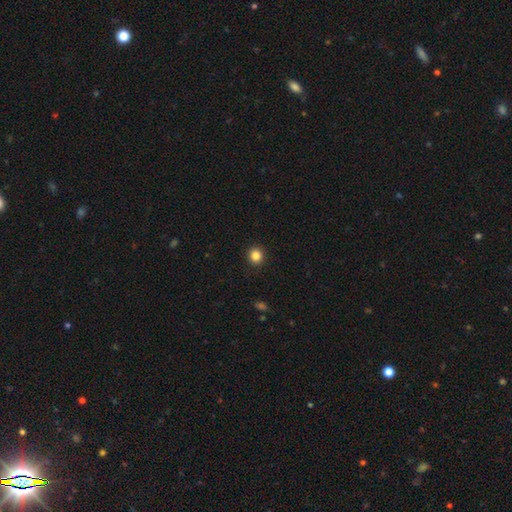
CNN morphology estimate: smooth 85%, star or artifact 11%, featured or disk 4%. Down the decision tree: how rounded — round (91%); merging — none (92%).